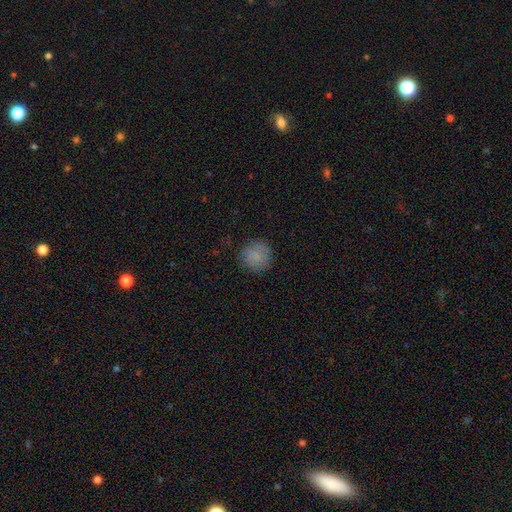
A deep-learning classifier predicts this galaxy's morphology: Smooth or featured: smooth — 82% (star or artifact — 10%)
How rounded: round — 93% (in between — 6%)
Merging: none — 83% (minor disturbance — 12%)